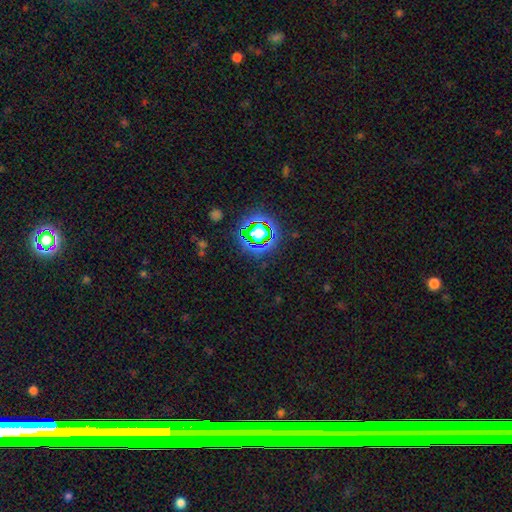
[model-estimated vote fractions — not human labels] Smooth or featured?
  - star or artifact: 71% *
  - smooth: 17%
  - featured or disk: 13%